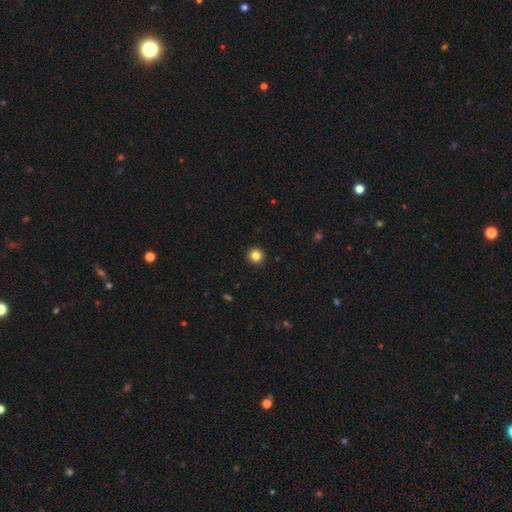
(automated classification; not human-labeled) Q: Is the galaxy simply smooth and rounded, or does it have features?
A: smooth — 84%.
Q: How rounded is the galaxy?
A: round — 94%.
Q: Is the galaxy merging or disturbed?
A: none — 93%.